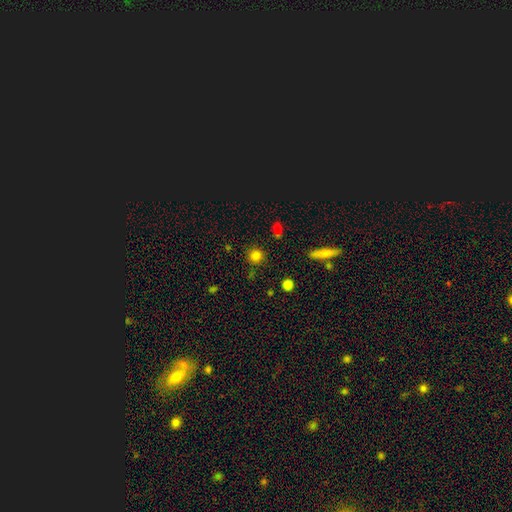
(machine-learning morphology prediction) smooth 80%, star or artifact 14%, featured or disk 6%. Down the decision tree: how rounded — round (91%); merging — none (87%).